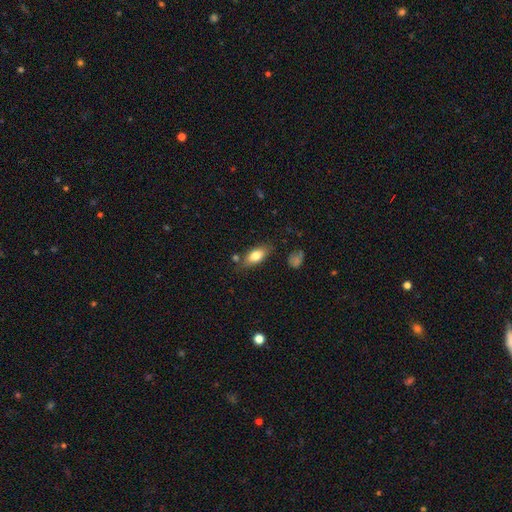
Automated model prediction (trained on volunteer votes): smooth-or-featured: smooth: 78% | featured or disk: 15% | star or artifact: 7%
  how-rounded: in between: 85% | cigar-shaped: 11% | round: 4%
  merging: none: 75% | minor disturbance: 16% | merger: 5% | major disturbance: 4%